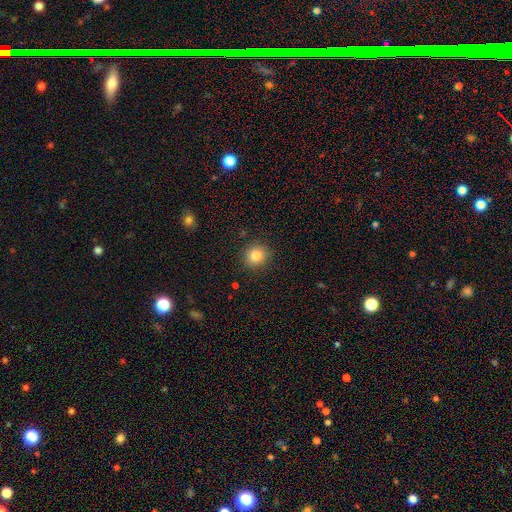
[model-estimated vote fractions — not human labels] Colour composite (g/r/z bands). It shows a smooth galaxy with no disk features (82%) that is round (88%). Merging: none (89%).